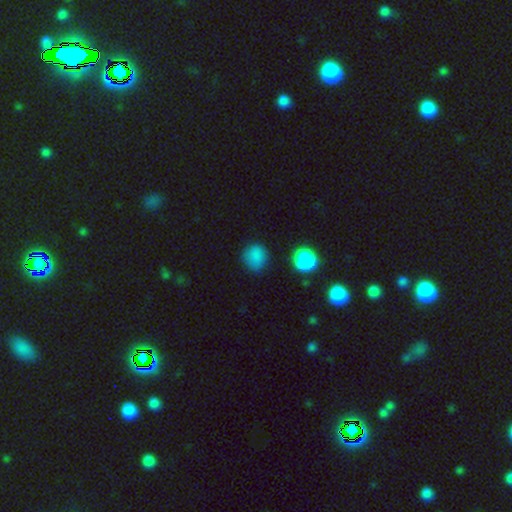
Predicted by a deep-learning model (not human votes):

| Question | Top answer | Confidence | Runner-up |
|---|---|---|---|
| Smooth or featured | smooth | 83% | star or artifact (11%) |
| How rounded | round | 81% | in between (18%) |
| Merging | none | 75% | minor disturbance (18%) |